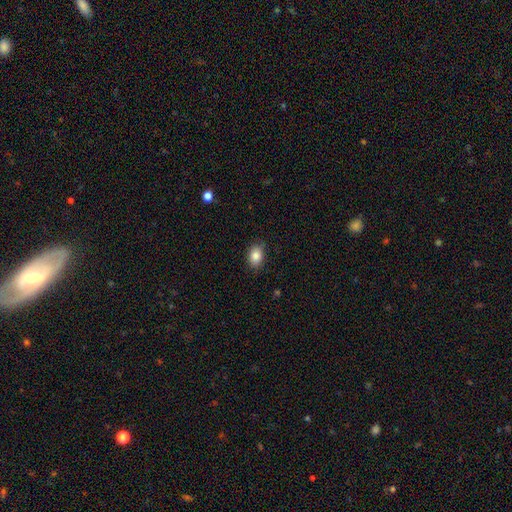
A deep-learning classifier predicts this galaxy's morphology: The model was most divided on "how rounded": in between: 77%, round: 22%, cigar-shaped: 1%. More confident: smooth or featured — smooth (85%); merging — none (82%).